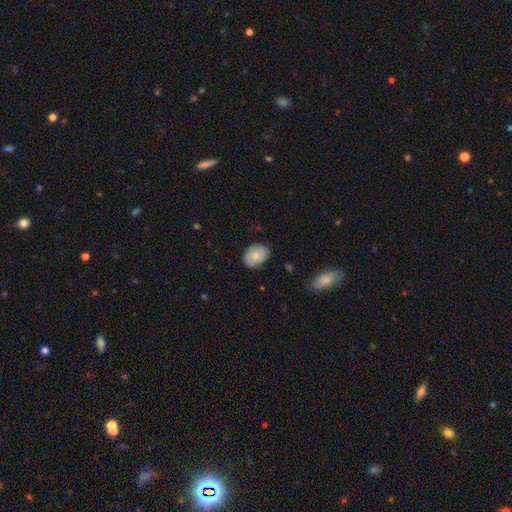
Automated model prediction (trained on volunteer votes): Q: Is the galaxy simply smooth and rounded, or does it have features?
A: smooth — 69%.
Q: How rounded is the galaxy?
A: in between — 63%.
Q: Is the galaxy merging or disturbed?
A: none — 78%.